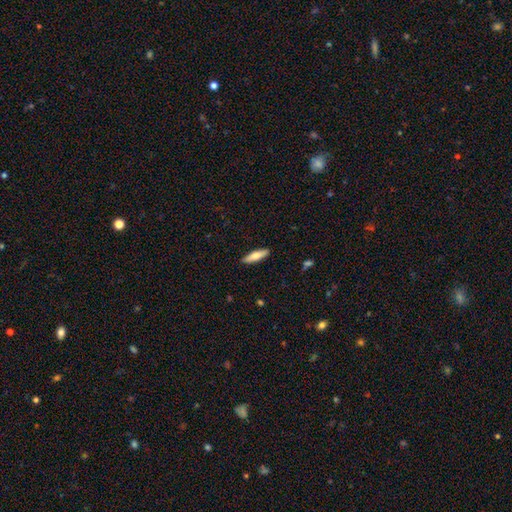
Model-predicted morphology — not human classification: type=smooth (68%); roundness=cigar-shaped (64%); merging=none (90%).